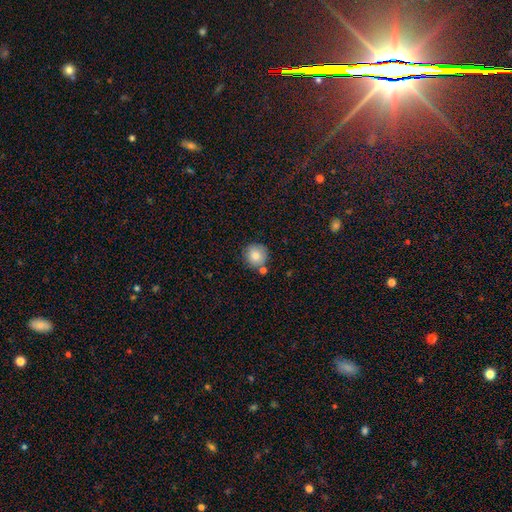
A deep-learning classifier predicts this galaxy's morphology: Smooth or featured: smooth — 83% (star or artifact — 9%)
How rounded: round — 93% (in between — 6%)
Merging: none — 75% (minor disturbance — 12%)